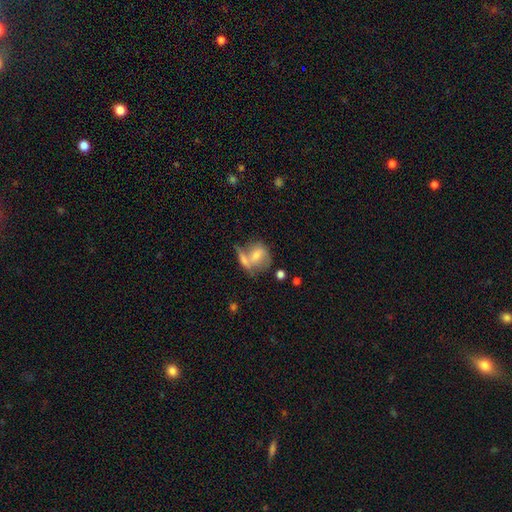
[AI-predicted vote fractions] Morphology: type=smooth (56%); roundness=round (49%); merging=merger (44%).